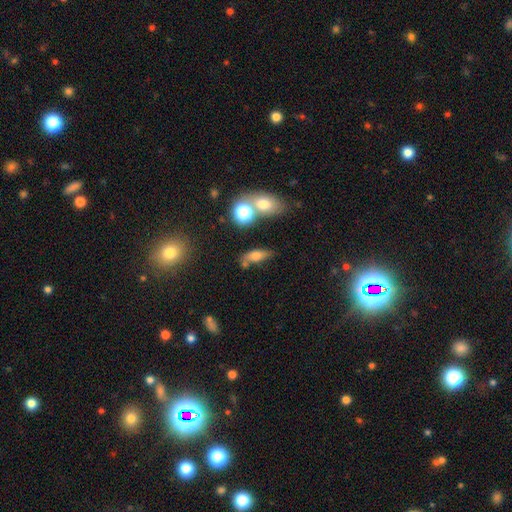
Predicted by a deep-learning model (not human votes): smooth-or-featured: smooth: 65% | featured or disk: 21% | star or artifact: 15%
  how-rounded: in between: 63% | cigar-shaped: 26% | round: 11%
  merging: none: 55% | merger: 19% | minor disturbance: 18% | major disturbance: 8%